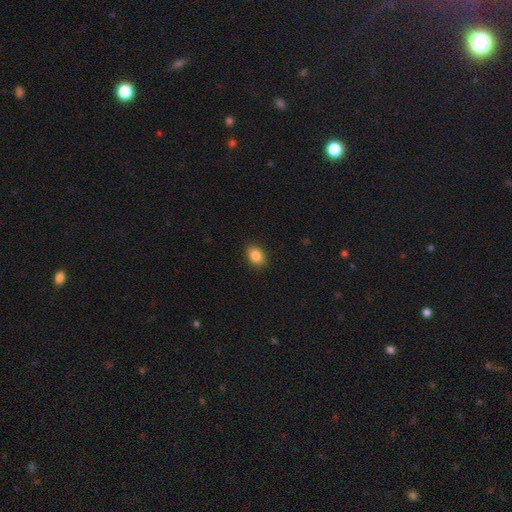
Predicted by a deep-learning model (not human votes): Smooth or featured?
  - smooth: 86% *
  - star or artifact: 9%
  - featured or disk: 5%
How rounded?
  - in between: 80% *
  - round: 19%
  - cigar-shaped: 1%
Merging?
  - none: 89% *
  - minor disturbance: 8%
  - major disturbance: 2%
  - merger: 1%